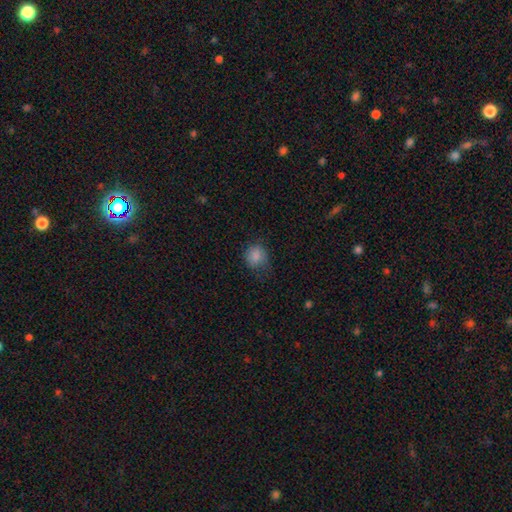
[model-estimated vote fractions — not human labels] Morphology: type=smooth (83%); roundness=round (71%); merging=none (64%).